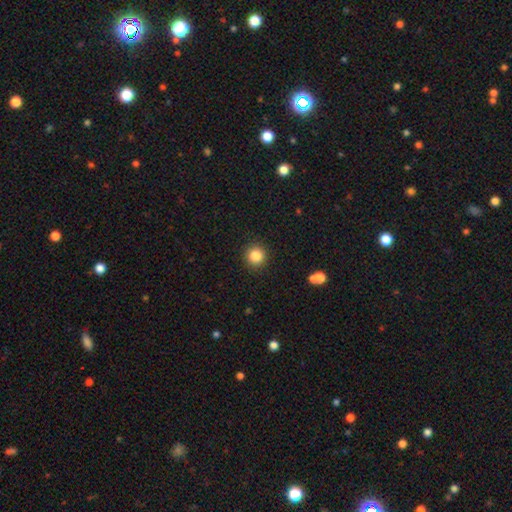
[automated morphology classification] The model was most divided on "smooth or featured": smooth: 85%, star or artifact: 11%, featured or disk: 5%. More confident: how rounded — round (94%); merging — none (91%).